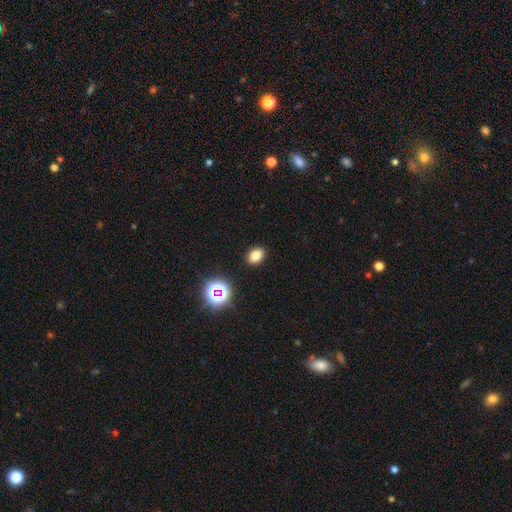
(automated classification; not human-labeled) smooth-or-featured: smooth: 78% | star or artifact: 16% | featured or disk: 6%
  how-rounded: in between: 62% | round: 37% | cigar-shaped: 1%
  merging: none: 90% | minor disturbance: 6% | major disturbance: 2% | merger: 1%